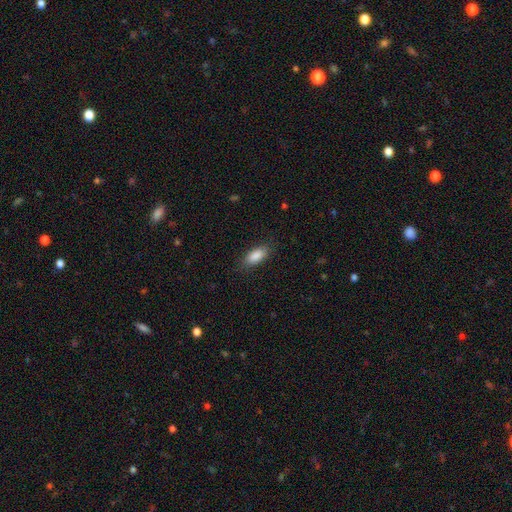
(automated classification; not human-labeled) The model was most divided on "merging": none: 83%, minor disturbance: 12%, major disturbance: 4%, merger: 1%. More confident: smooth or featured — smooth (88%); how rounded — in between (84%).